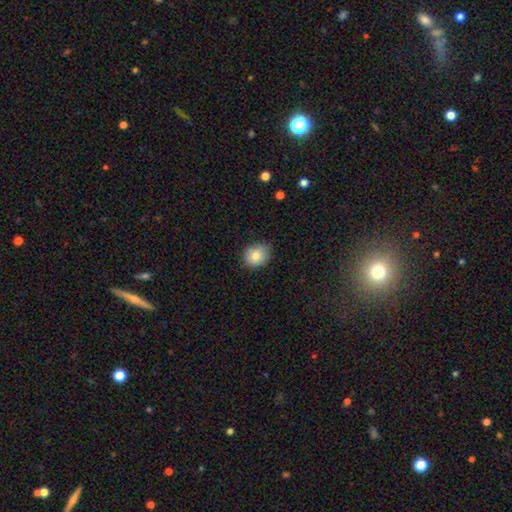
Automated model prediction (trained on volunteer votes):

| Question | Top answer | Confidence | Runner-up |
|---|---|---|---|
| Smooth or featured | smooth | 83% | star or artifact (9%) |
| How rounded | round | 63% | in between (36%) |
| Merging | none | 75% | minor disturbance (21%) |